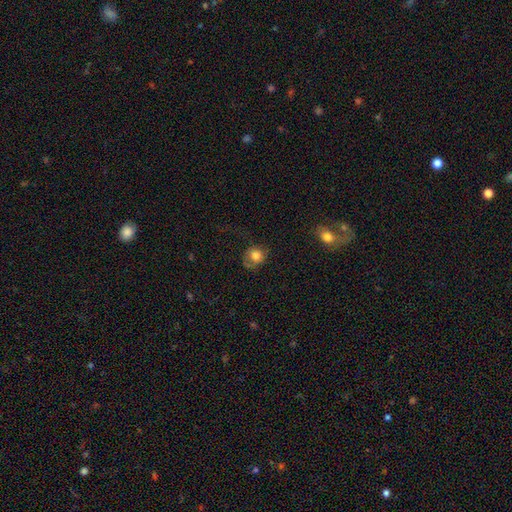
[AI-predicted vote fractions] Smooth or featured? Predicted: smooth (p=0.75). How rounded? Predicted: round (p=0.75). Merging? Predicted: none (p=0.56).